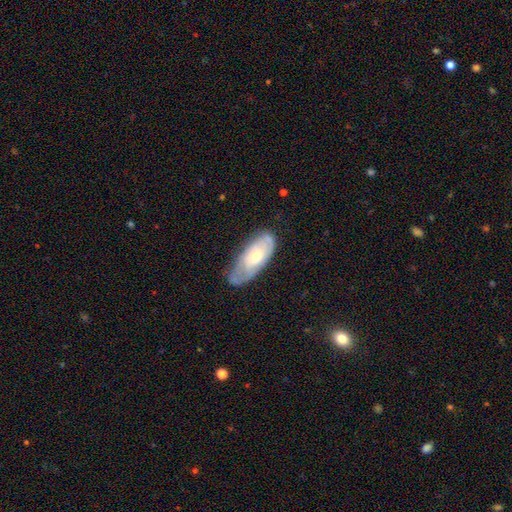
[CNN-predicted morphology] Smooth or featured?
  - featured or disk: 49% *
  - smooth: 45%
  - star or artifact: 6%
Merging?
  - none: 55% *
  - minor disturbance: 32%
  - major disturbance: 11%
  - merger: 2%